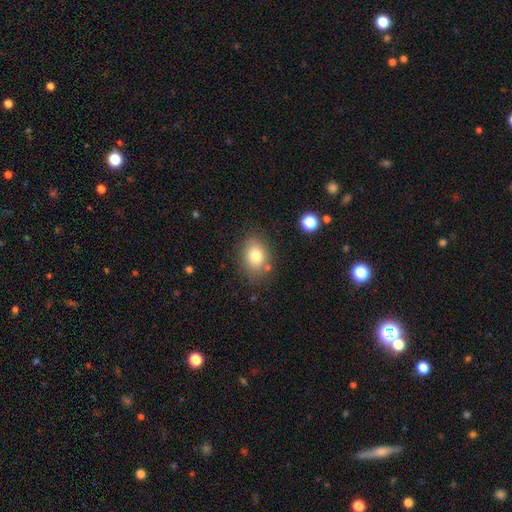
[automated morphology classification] smooth-or-featured: smooth: 79% | featured or disk: 11% | star or artifact: 10%
  how-rounded: in between: 60% | round: 39% | cigar-shaped: 1%
  merging: none: 77% | minor disturbance: 14% | merger: 4% | major disturbance: 4%